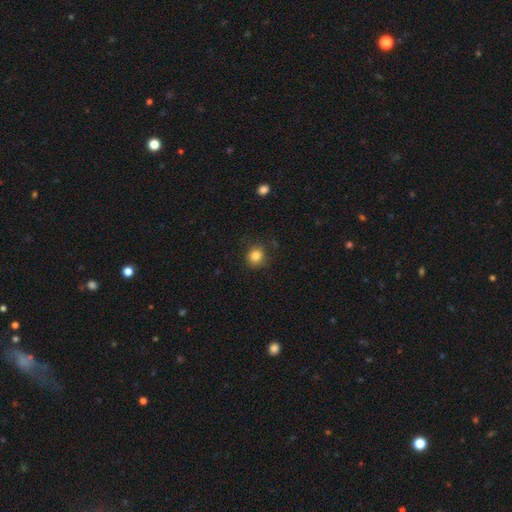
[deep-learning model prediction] Smooth or featured?
  - smooth: 83% *
  - star or artifact: 11%
  - featured or disk: 5%
How rounded?
  - round: 86% *
  - in between: 13%
  - cigar-shaped: 1%
Merging?
  - none: 81% *
  - minor disturbance: 14%
  - major disturbance: 4%
  - merger: 1%